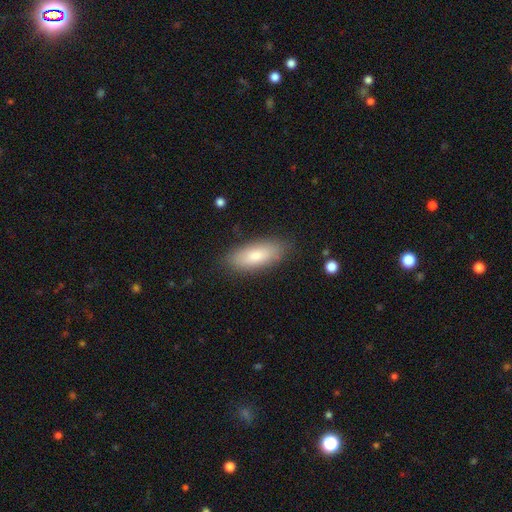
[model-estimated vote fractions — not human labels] Smooth or featured: smooth — 79% (featured or disk — 15%)
How rounded: in between — 79% (cigar-shaped — 19%)
Merging: none — 83% (minor disturbance — 12%)